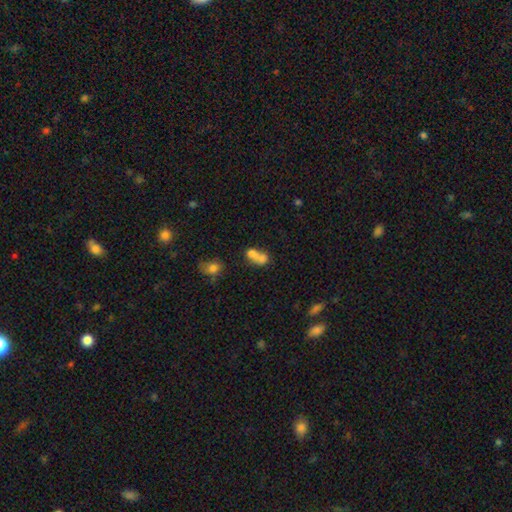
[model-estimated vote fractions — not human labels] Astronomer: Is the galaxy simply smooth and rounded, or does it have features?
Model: smooth — 67%.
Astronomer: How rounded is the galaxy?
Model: in between — 59% (runner-up: round, 37%).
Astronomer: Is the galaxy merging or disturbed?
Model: merger — 64%.